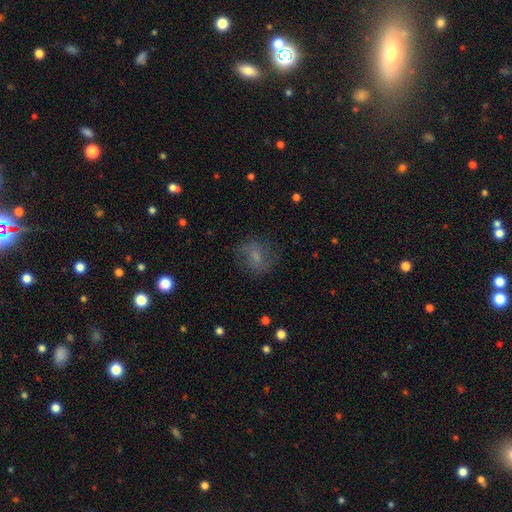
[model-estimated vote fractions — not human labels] smooth 59%, featured or disk 28%, star or artifact 14%. Down the decision tree: how rounded — round (62%); merging — none (70%).